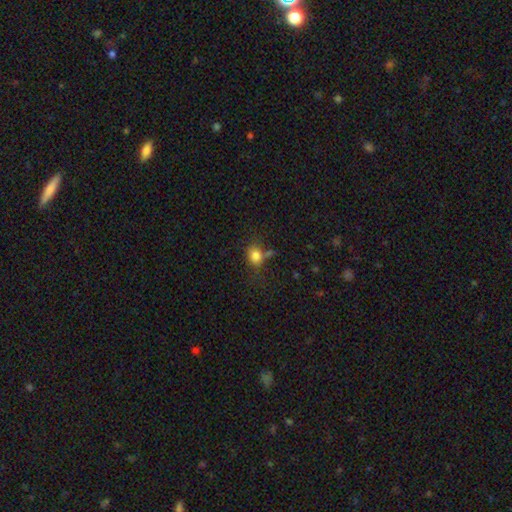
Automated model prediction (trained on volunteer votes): smooth-or-featured: smooth: 80% | star or artifact: 11% | featured or disk: 8%
  how-rounded: round: 56% | in between: 43% | cigar-shaped: 1%
  merging: none: 57% | minor disturbance: 20% | merger: 15% | major disturbance: 9%